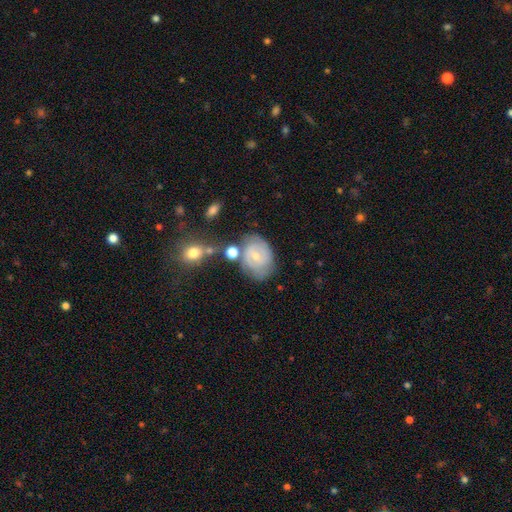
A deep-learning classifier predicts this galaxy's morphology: featured or disk 62%, smooth 30%, star or artifact 8%. Down the decision tree: edge-on disk — no (97%); bar — no (55%); spiral arms — yes (81%); bulge size — small (66%); merging — none (57%).